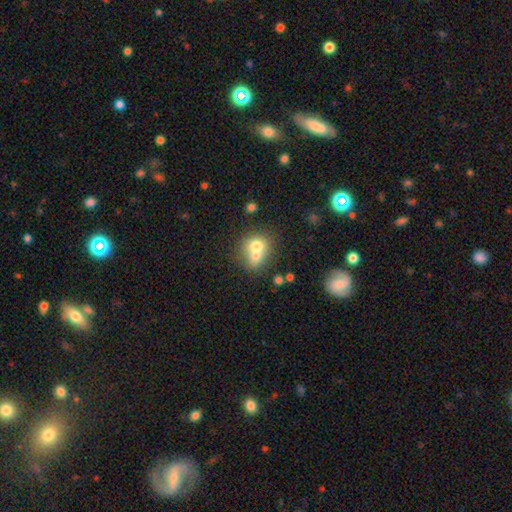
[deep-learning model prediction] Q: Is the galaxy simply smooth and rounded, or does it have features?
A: smooth — 68%.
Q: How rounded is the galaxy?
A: round — 65%.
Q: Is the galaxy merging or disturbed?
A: merger — 62%.